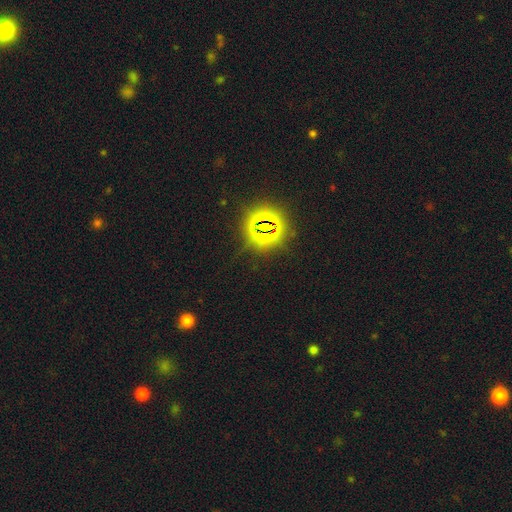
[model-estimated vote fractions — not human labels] smooth_or_featured: star or artifact (p=0.81) [alt: smooth p=0.12]